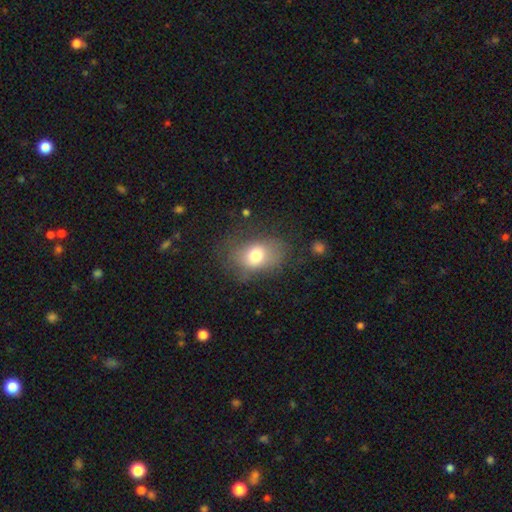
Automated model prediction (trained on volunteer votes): The model was most divided on "merging": none: 57%, minor disturbance: 24%, major disturbance: 17%, merger: 2%. More confident: smooth or featured — smooth (72%); how rounded — in between (68%).